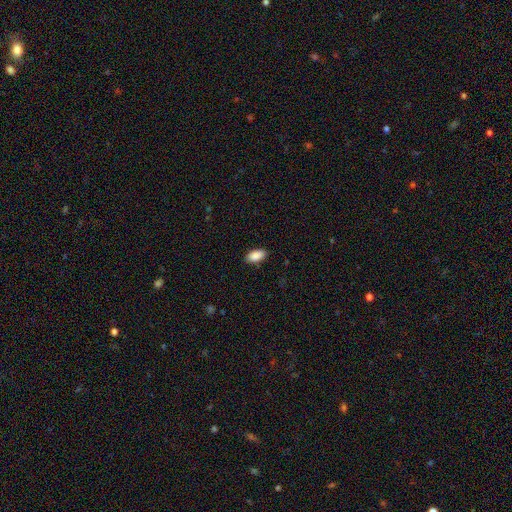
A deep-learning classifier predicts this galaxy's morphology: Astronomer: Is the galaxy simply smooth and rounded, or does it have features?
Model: smooth — 90%.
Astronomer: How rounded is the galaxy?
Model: in between — 94%.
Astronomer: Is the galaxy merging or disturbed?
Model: none — 88%.